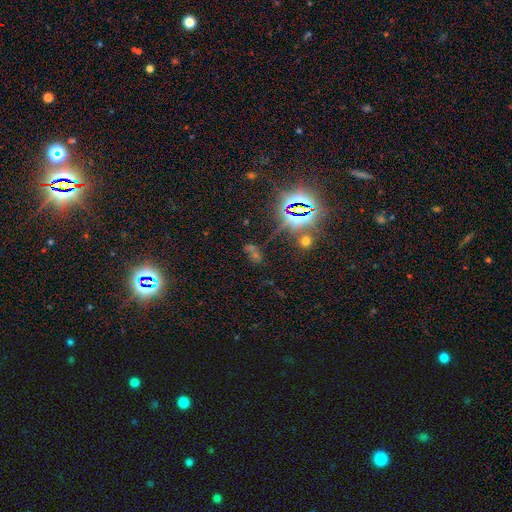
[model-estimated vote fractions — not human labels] Morphology: type=star or artifact (65%).